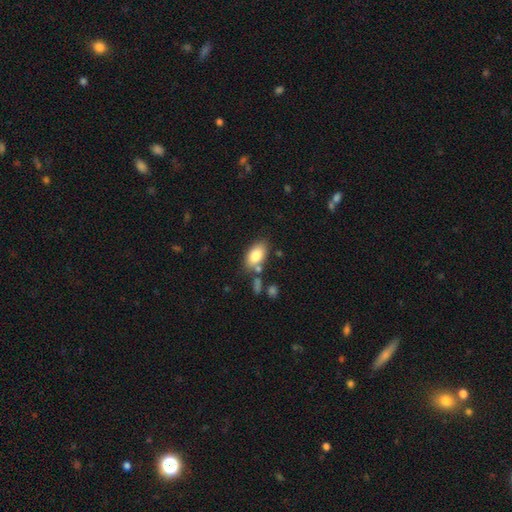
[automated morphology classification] smooth 81%, featured or disk 11%, star or artifact 7%. Down the decision tree: how rounded — in between (91%); merging — none (70%).